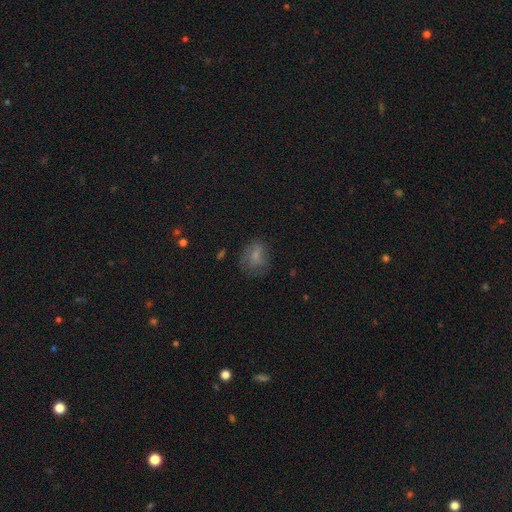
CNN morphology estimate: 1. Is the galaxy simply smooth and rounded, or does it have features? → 68% smooth, 20% featured or disk, 12% star or artifact.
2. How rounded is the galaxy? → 50% round, 48% in between, 2% cigar-shaped.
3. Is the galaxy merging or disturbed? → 59% none, 24% minor disturbance, 15% major disturbance, 2% merger.